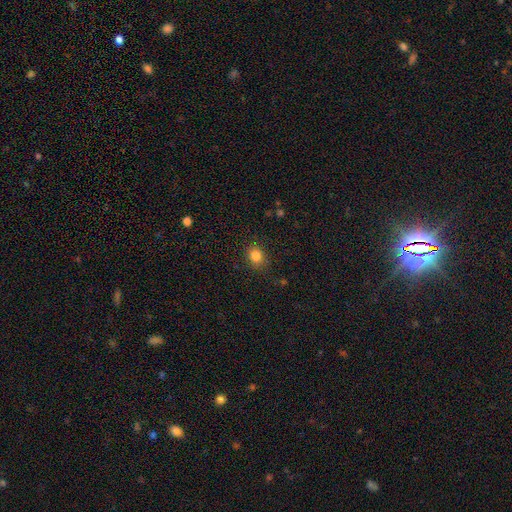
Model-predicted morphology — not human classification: The model was most divided on "how rounded": round: 70%, in between: 29%, cigar-shaped: 1%. More confident: merging — none (86%); smooth or featured — smooth (83%).